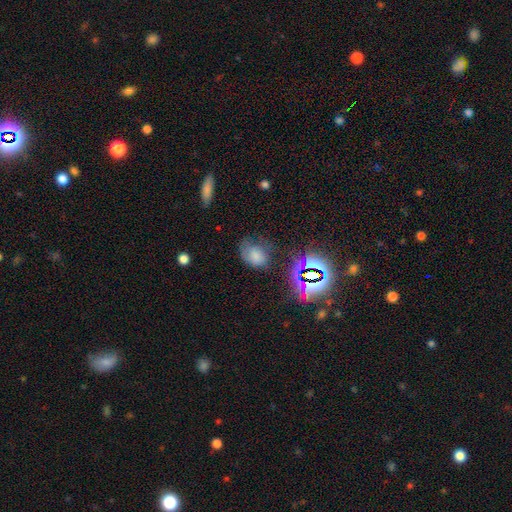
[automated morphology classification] This appears to be a smooth galaxy with no disk features (65%) that is in between round and cigar-shaped (68%). Merging: none (50%).